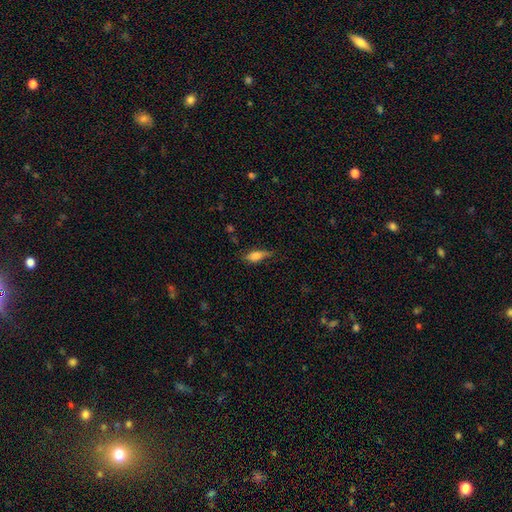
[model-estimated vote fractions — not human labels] Smooth or featured? Predicted: smooth (p=0.74). How rounded? Predicted: in between (p=0.67). Merging? Predicted: none (p=0.58).